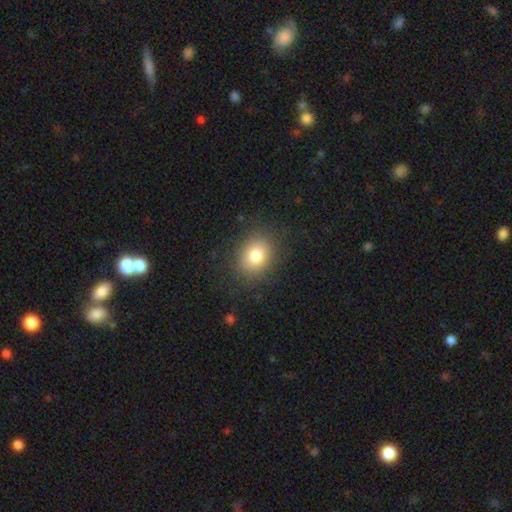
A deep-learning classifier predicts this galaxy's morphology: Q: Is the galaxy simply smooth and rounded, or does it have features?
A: smooth — 79%.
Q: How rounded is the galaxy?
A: round — 51%.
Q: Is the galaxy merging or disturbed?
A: none — 84%.